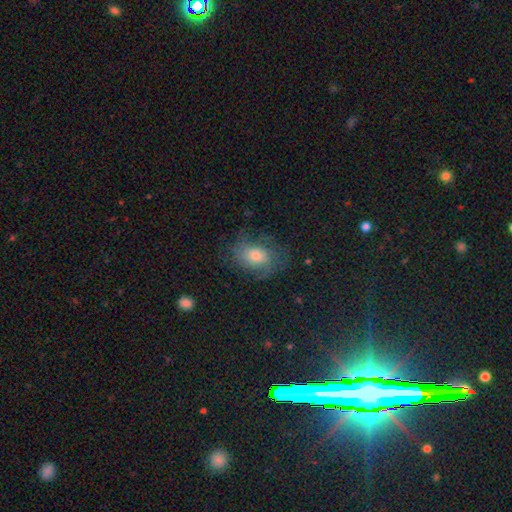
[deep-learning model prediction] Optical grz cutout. It shows a smooth galaxy with no disk features (48%). Merging: none (62%).